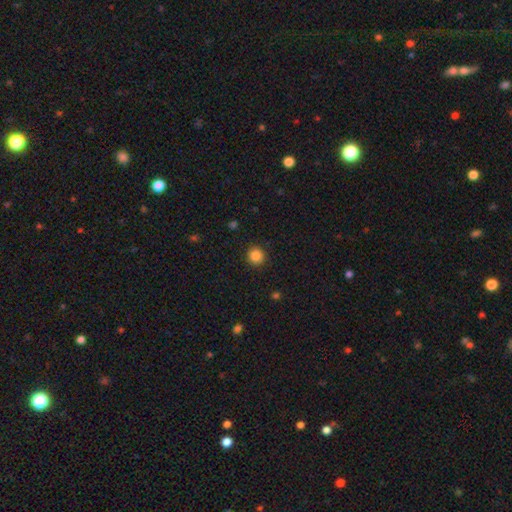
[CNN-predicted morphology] type=smooth (86%); roundness=round (93%); merging=none (91%).